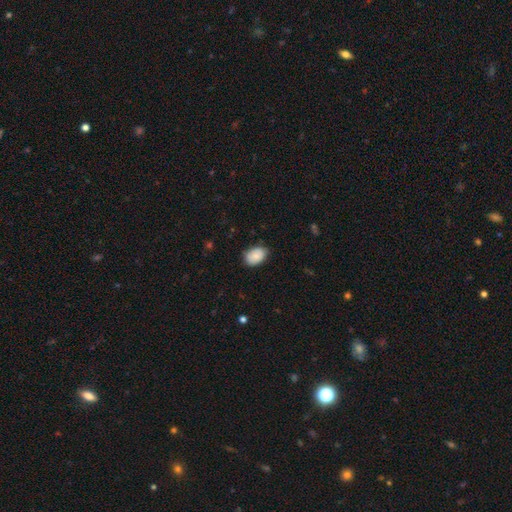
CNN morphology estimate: A smooth galaxy with no disk features (85%) that is in between round and cigar-shaped (84%). Merging: none (76%).